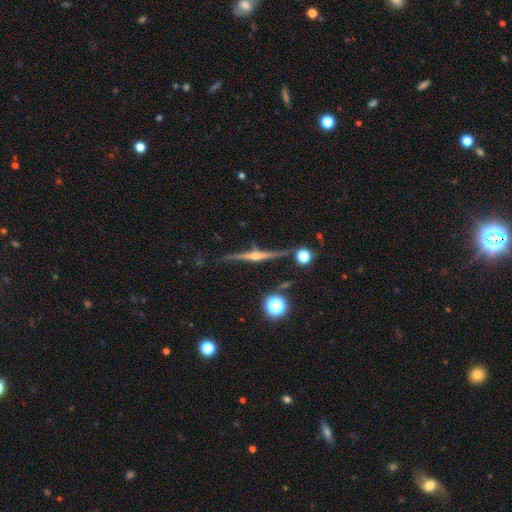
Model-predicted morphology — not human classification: The model was most divided on "smooth or featured": featured or disk: 83%, smooth: 8%, star or artifact: 8%. More confident: edge-on disk — yes (98%); edge-on bulge — rounded (93%); merging — none (86%).